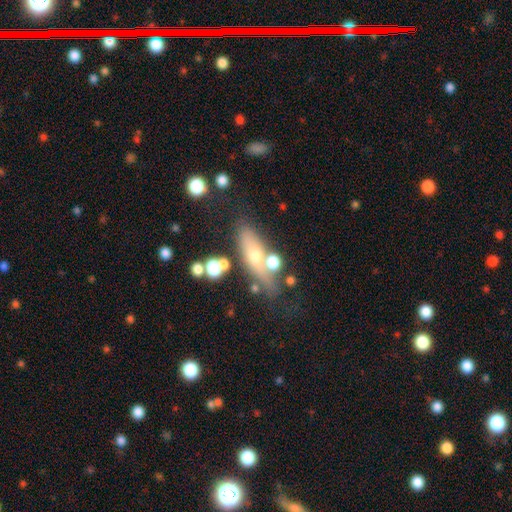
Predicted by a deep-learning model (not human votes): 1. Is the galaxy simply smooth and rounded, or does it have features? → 45% featured or disk, 40% smooth, 14% star or artifact.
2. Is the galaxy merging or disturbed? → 56% none, 18% minor disturbance, 17% merger, 10% major disturbance.